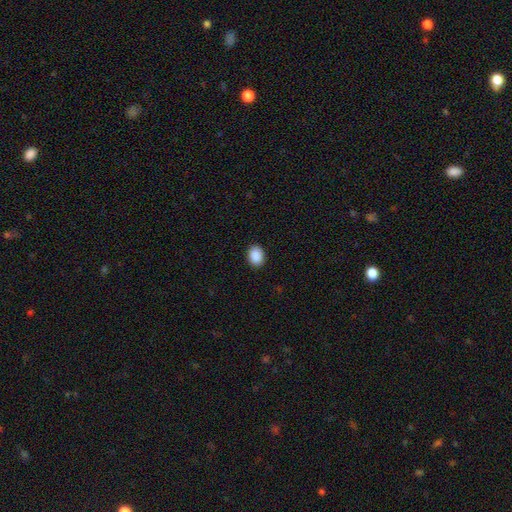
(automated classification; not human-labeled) The model was most divided on "how rounded": in between: 72%, round: 27%, cigar-shaped: 1%. More confident: smooth or featured — smooth (91%); merging — none (90%).